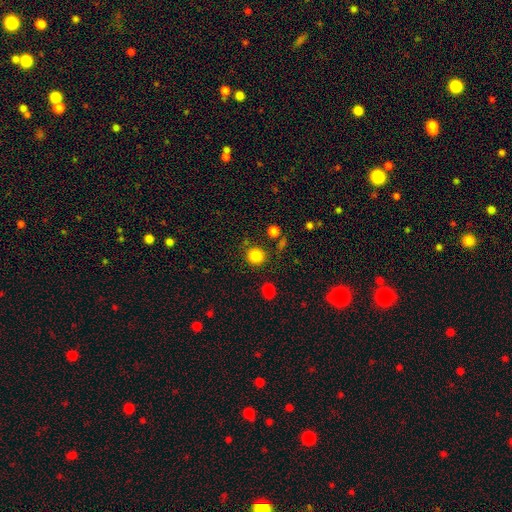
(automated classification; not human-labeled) Morphology: type=smooth (84%); roundness=round (91%); merging=none (84%).